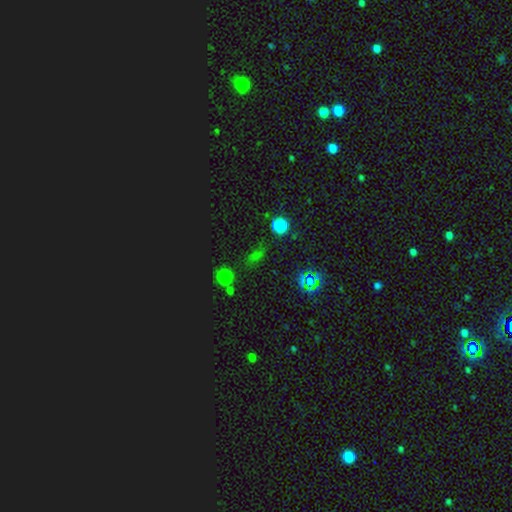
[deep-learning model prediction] smooth_or_featured: star or artifact (p=0.50) [alt: smooth p=0.42]